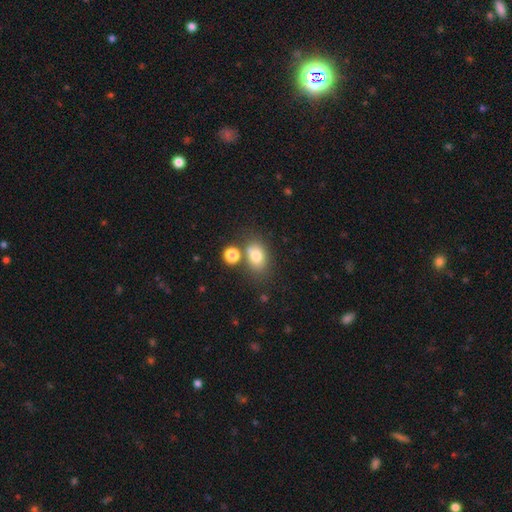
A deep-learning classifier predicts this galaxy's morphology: smooth_or_featured: smooth (p=0.77) [alt: featured or disk p=0.12]
how_rounded: in between (p=0.71) [alt: round p=0.28]
merging: none (p=0.62) [alt: merger p=0.19]